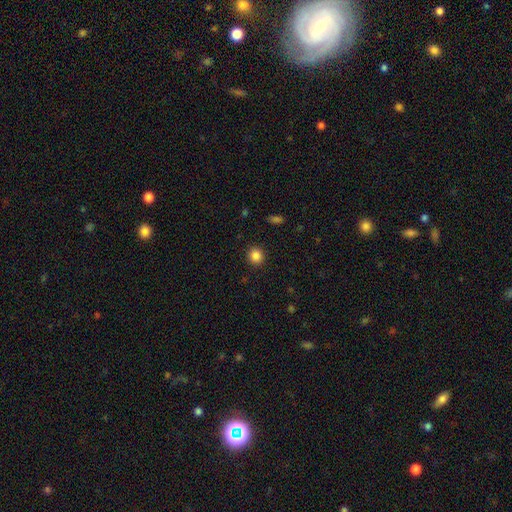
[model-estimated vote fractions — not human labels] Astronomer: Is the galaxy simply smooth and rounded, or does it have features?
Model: smooth — 85%.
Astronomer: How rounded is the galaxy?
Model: round — 91%.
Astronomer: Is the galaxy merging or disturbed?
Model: none — 92%.